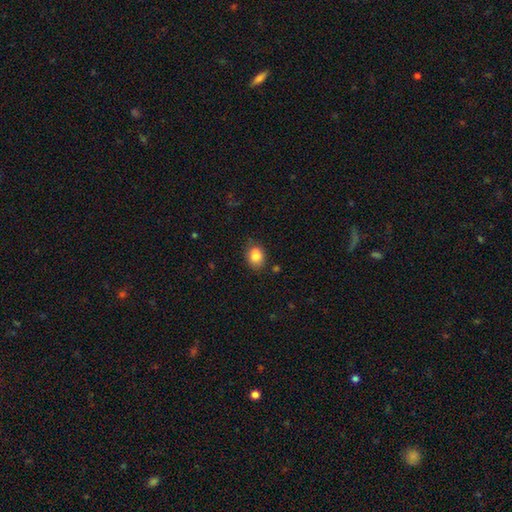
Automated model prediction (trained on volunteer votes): Overall: smooth (82%). How rounded: in between (59%; round 40%). Merging: none (66%).